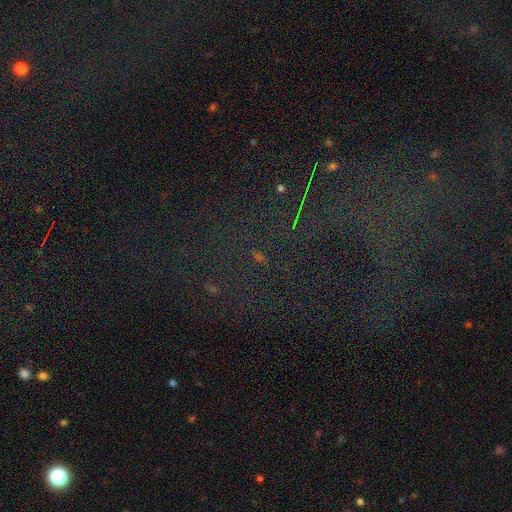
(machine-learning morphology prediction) The model was most divided on "smooth or featured": star or artifact: 70%, featured or disk: 16%, smooth: 14%.